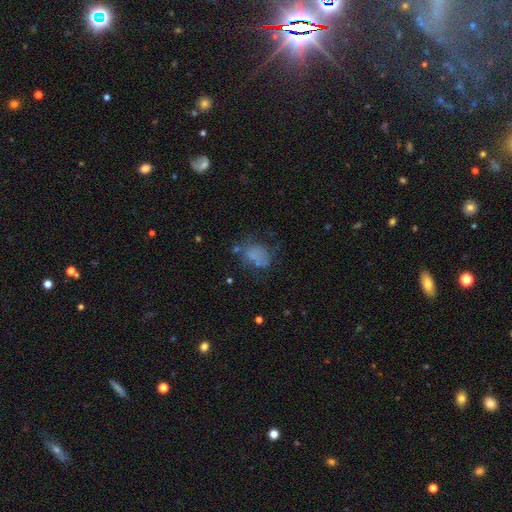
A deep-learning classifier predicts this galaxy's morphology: Smooth or featured? Predicted: smooth (p=0.60). How rounded? Predicted: in between (p=0.68). Merging? Predicted: none (p=0.44).